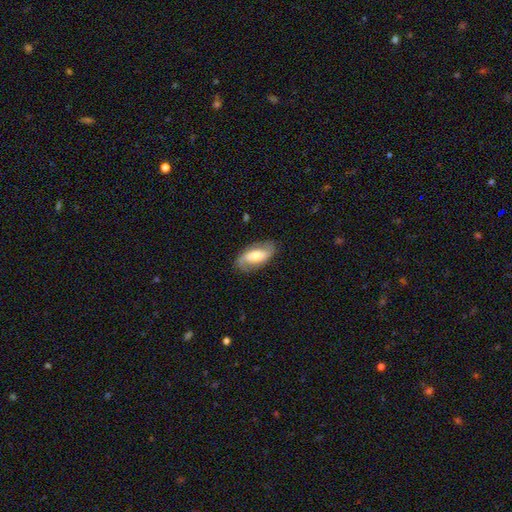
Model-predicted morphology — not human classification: Smooth or featured? Predicted: featured or disk (p=0.64). Edge-on disk? Predicted: no (p=0.92). Bar? Predicted: weak (p=0.37). Spiral arms? Predicted: yes (p=0.85). Bulge size? Predicted: moderate (p=0.60). Merging? Predicted: none (p=0.80).